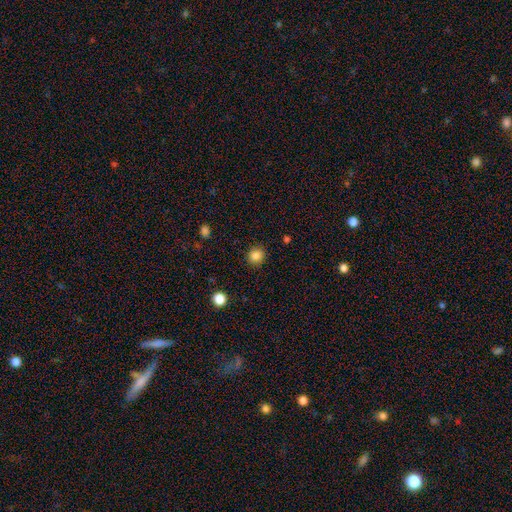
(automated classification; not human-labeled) A smooth galaxy with no disk features (85%) that is round (88%).

Vote fractions:
- Smooth or featured? smooth: 85% / star or artifact: 11% / featured or disk: 3%
- How rounded? round: 88% / in between: 11% / cigar-shaped: 1%
- Merging? none: 90% / minor disturbance: 7% / major disturbance: 2% / merger: 1%